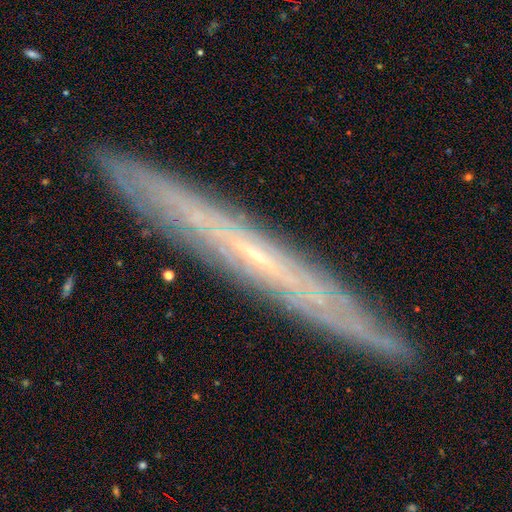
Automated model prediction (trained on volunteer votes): Smooth or featured? Predicted: featured or disk (p=0.64). Edge-on disk? Predicted: yes (p=0.90). Edge-on bulge? Predicted: none (p=0.61). Merging? Predicted: none (p=0.90).